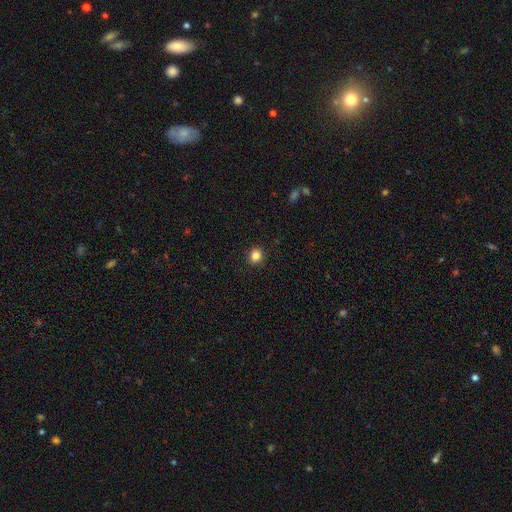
Smooth or featured?
  - smooth: 82% *
  - star or artifact: 10%
  - featured or disk: 8%
How rounded?
  - round: 81% *
  - in between: 16%
  - cigar-shaped: 3%
Merging?
  - none: 94% *
  - minor disturbance: 6%
  - major disturbance: 0%
  - merger: 0%